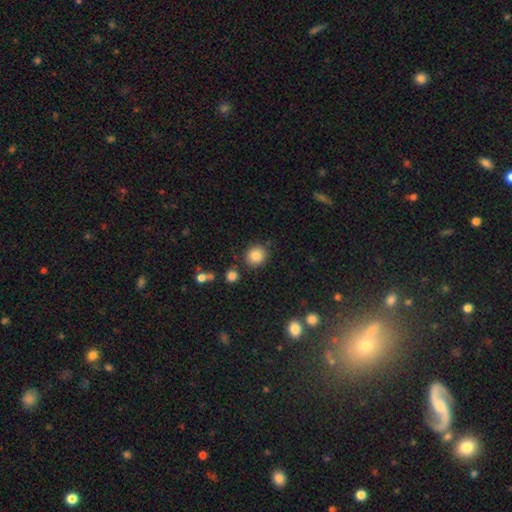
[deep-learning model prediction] Smooth or featured?
  - smooth: 85% *
  - star or artifact: 9%
  - featured or disk: 6%
How rounded?
  - round: 83% *
  - in between: 16%
  - cigar-shaped: 1%
Merging?
  - none: 83% *
  - minor disturbance: 9%
  - merger: 5%
  - major disturbance: 3%